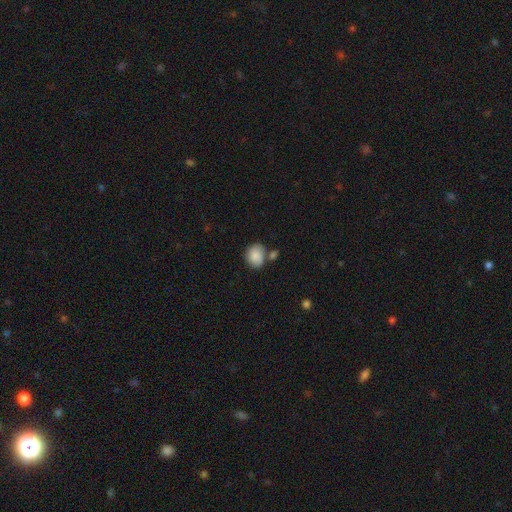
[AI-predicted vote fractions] Smooth or featured: smooth — 85% (featured or disk — 8%)
How rounded: round — 56% (in between — 43%)
Merging: none — 57% (merger — 20%)